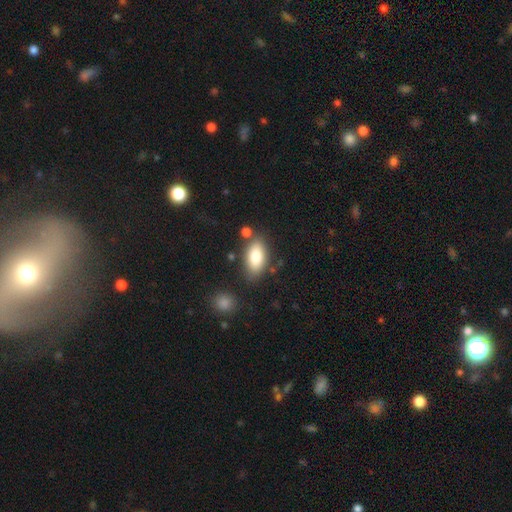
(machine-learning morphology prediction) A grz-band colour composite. It shows a smooth galaxy with no disk features (82%) that is in between round and cigar-shaped (91%). Merging: none (76%).